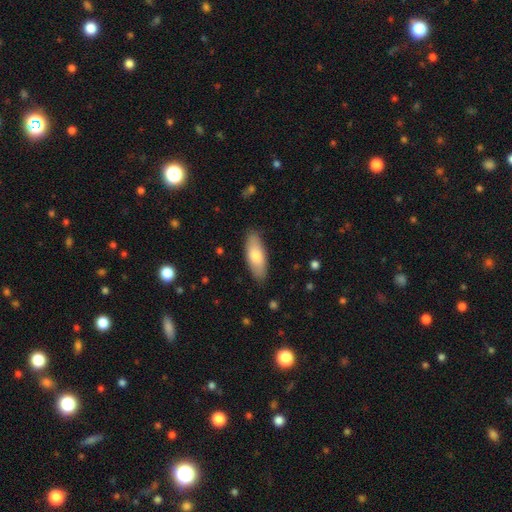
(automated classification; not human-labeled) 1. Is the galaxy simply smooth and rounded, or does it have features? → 75% smooth, 19% featured or disk, 5% star or artifact.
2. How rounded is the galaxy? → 73% in between, 25% cigar-shaped, 2% round.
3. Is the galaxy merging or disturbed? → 86% none, 11% minor disturbance, 2% major disturbance, 1% merger.